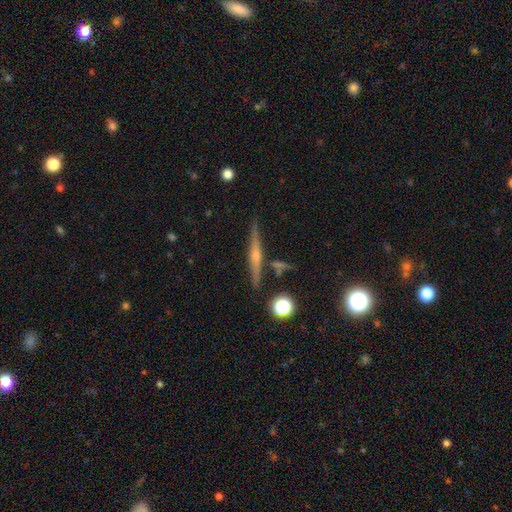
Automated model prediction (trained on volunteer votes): A featured or disk galaxy (73%) viewed edge-on (98%) with a rounded central bulge (79%). Merging: none (87%).